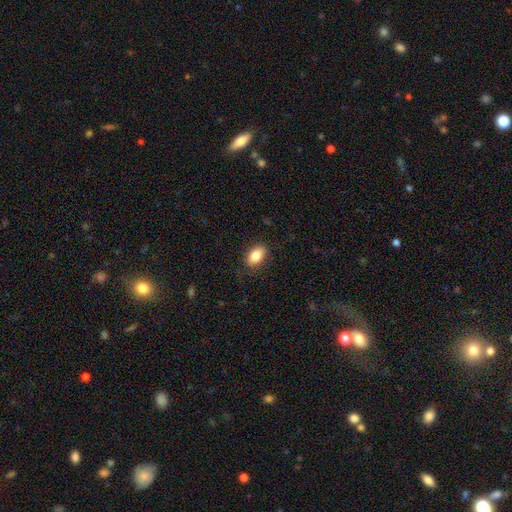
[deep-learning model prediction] Smooth or featured?
  - smooth: 84% *
  - featured or disk: 8%
  - star or artifact: 8%
How rounded?
  - in between: 88% *
  - round: 10%
  - cigar-shaped: 2%
Merging?
  - none: 83% *
  - minor disturbance: 13%
  - major disturbance: 3%
  - merger: 1%